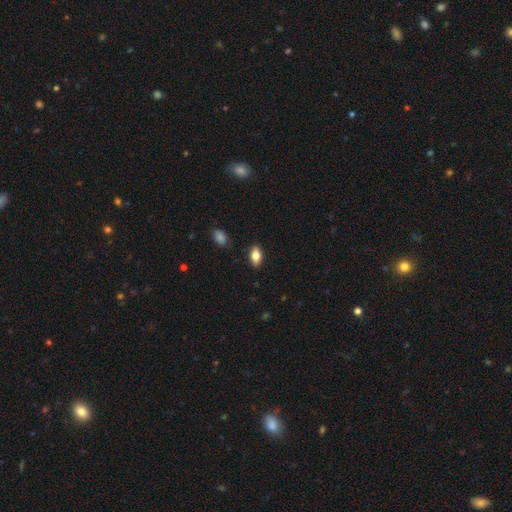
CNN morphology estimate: The model was most divided on "smooth or featured": smooth: 78%, featured or disk: 15%, star or artifact: 8%. More confident: how rounded — in between (89%); merging — none (87%).